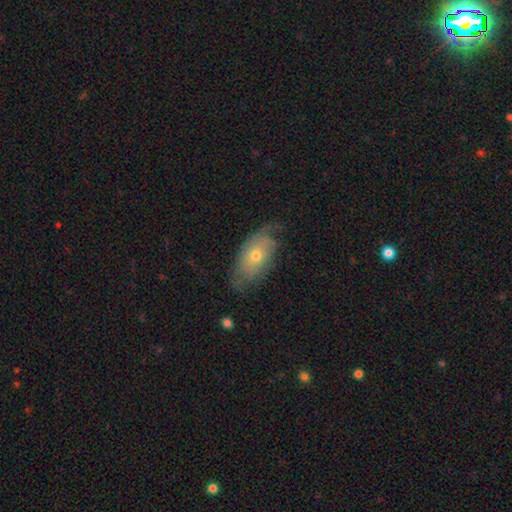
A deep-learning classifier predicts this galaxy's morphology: Smooth or featured? Predicted: featured or disk (p=0.49). Merging? Predicted: none (p=0.56).